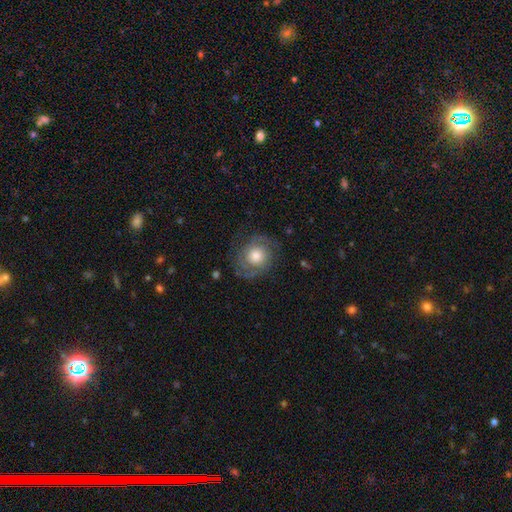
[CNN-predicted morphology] Q: Smooth or featured?
A: featured or disk (68%); runner-up: smooth (25%)
Q: Edge-on disk?
A: no (98%); runner-up: yes (2%)
Q: Bar?
A: no (80%); runner-up: weak (17%)
Q: Spiral arms?
A: yes (89%); runner-up: no (11%)
Q: Spiral winding?
A: tight (47%); runner-up: medium (39%)
Q: Spiral arm count?
A: 2 (73%); runner-up: can't tell (12%)
Q: Bulge size?
A: moderate (50%); runner-up: large (34%)
Q: Merging?
A: none (75%); runner-up: minor disturbance (15%)